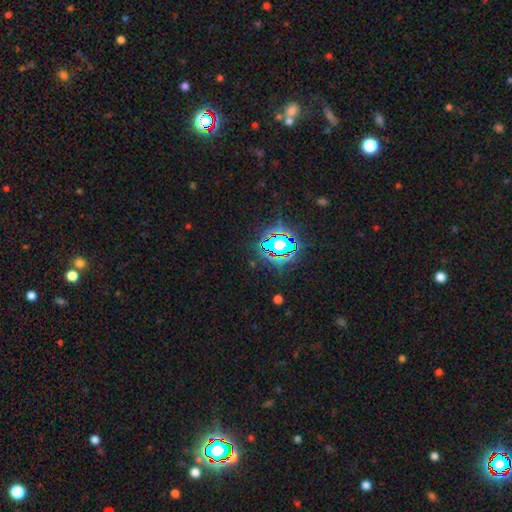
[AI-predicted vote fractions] Q: Smooth or featured?
A: star or artifact (82%); runner-up: smooth (11%)